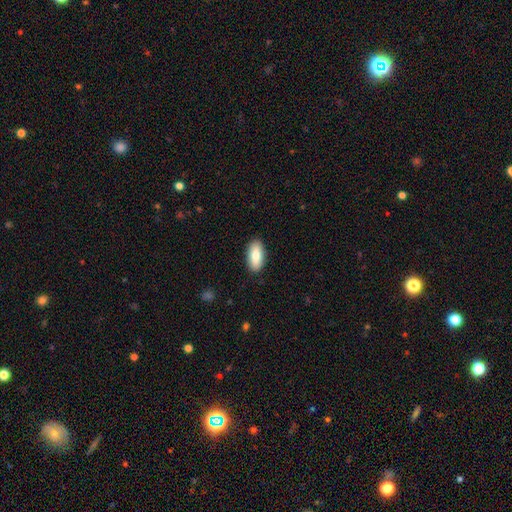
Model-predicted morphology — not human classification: Q: Smooth or featured?
A: smooth (83%); runner-up: featured or disk (11%)
Q: How rounded?
A: in between (89%); runner-up: cigar-shaped (9%)
Q: Merging?
A: none (89%); runner-up: minor disturbance (8%)